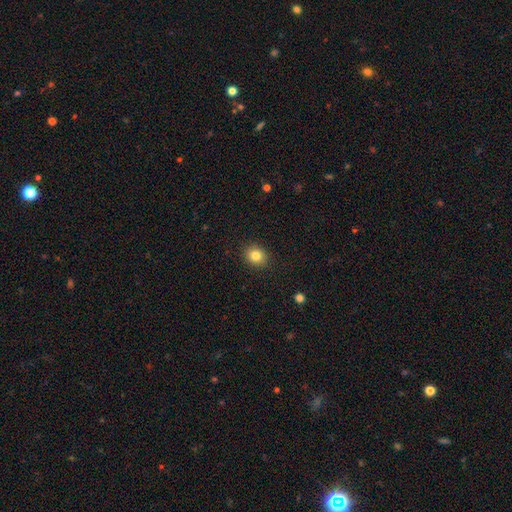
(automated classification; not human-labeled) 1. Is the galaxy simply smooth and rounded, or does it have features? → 83% smooth, 10% star or artifact, 7% featured or disk.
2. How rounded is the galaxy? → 69% round, 30% in between, 1% cigar-shaped.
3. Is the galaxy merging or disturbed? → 90% none, 7% minor disturbance, 2% major disturbance, 1% merger.